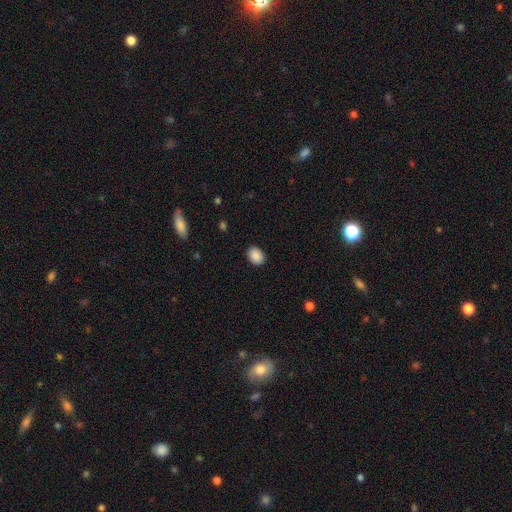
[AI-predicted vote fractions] The model was most divided on "how rounded": in between: 63%, round: 36%, cigar-shaped: 1%. More confident: smooth or featured — smooth (89%); merging — none (89%).